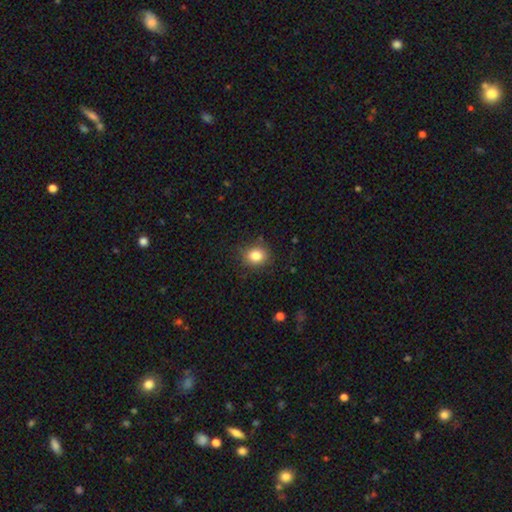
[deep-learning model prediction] Q: Smooth or featured?
A: smooth (83%); runner-up: star or artifact (11%)
Q: How rounded?
A: round (71%); runner-up: in between (28%)
Q: Merging?
A: none (83%); runner-up: minor disturbance (13%)